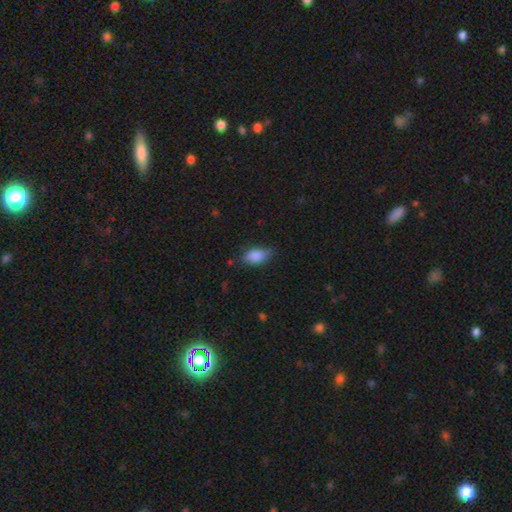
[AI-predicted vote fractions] Overall: smooth (85%). How rounded: in between (89%). Merging: none (70%).